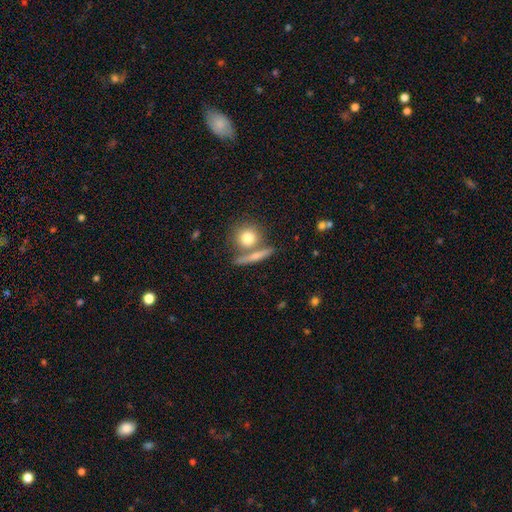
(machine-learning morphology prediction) This appears to be a smooth galaxy with no disk features (67%) that is round (44%). Merging: none (65%).